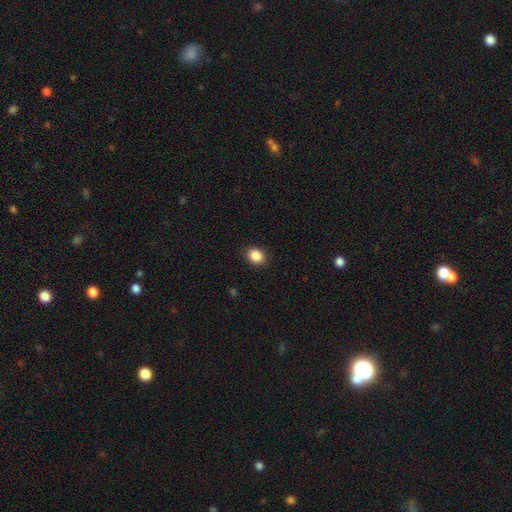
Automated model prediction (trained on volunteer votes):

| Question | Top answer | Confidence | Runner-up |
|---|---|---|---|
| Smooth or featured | smooth | 88% | star or artifact (9%) |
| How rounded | round | 55% | in between (44%) |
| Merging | none | 89% | minor disturbance (8%) |